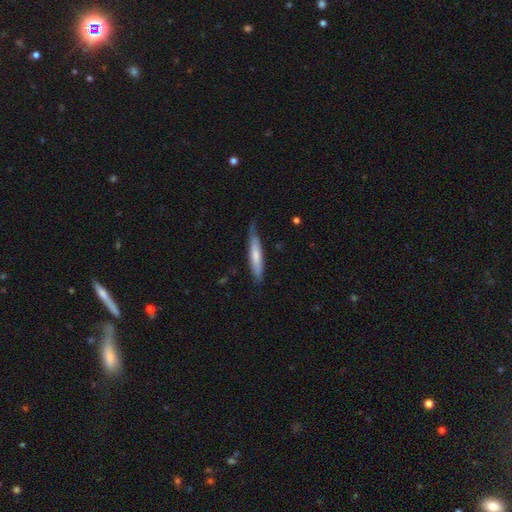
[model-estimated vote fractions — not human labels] A smooth galaxy with no disk features (62%) that is cigar-shaped (88%).

Vote fractions:
- Smooth or featured? smooth: 62% / featured or disk: 33% / star or artifact: 5%
- How rounded? cigar-shaped: 88% / in between: 11% / round: 1%
- Merging? none: 68% / minor disturbance: 25% / major disturbance: 5% / merger: 2%